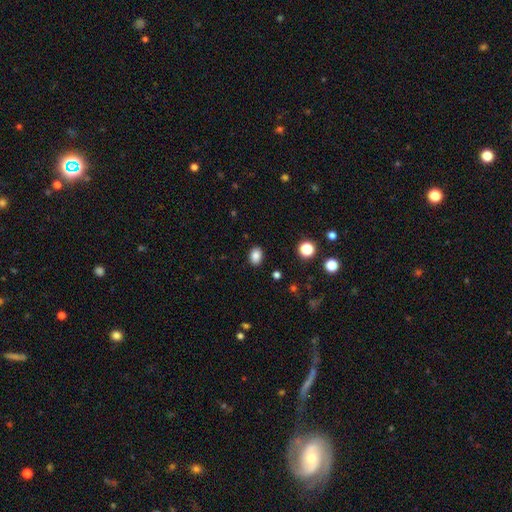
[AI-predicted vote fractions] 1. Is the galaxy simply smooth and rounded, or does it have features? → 85% smooth, 10% star or artifact, 4% featured or disk.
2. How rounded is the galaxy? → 70% in between, 29% round, 1% cigar-shaped.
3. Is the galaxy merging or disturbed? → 88% none, 8% minor disturbance, 2% major disturbance, 1% merger.